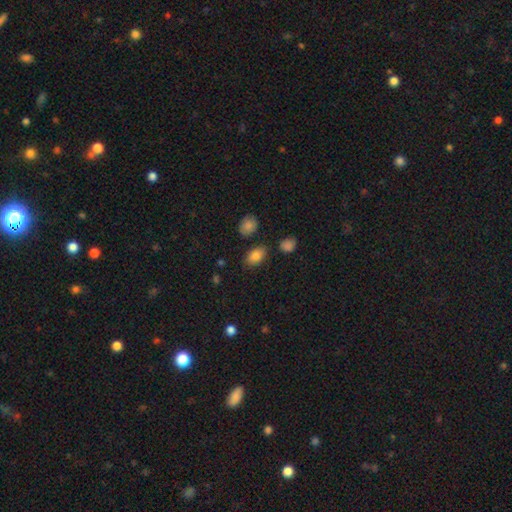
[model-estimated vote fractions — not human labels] smooth-or-featured: smooth: 84% | star or artifact: 10% | featured or disk: 6%
  how-rounded: in between: 88% | round: 10% | cigar-shaped: 2%
  merging: none: 80% | minor disturbance: 12% | merger: 5% | major disturbance: 3%